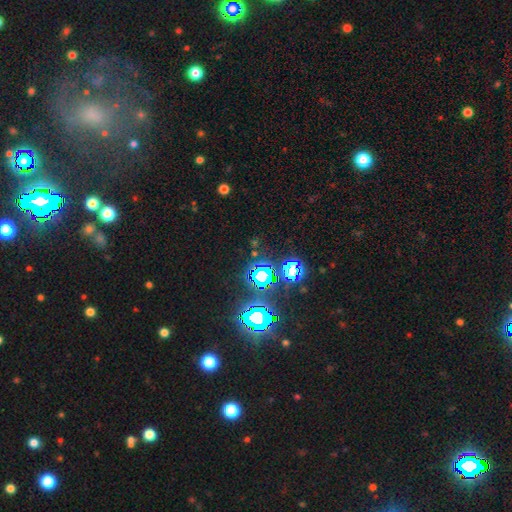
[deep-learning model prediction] This is likely a star or artifact rather than a galaxy (77%).